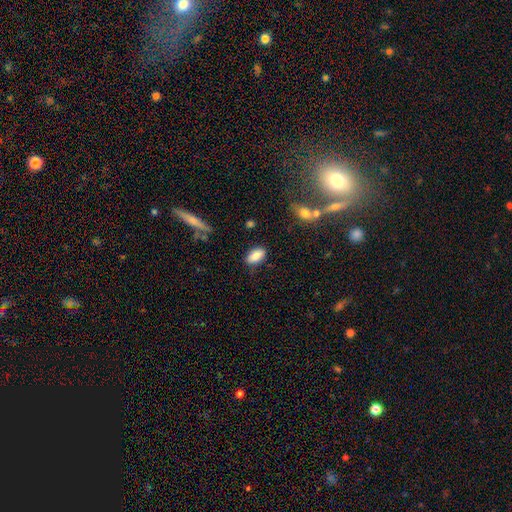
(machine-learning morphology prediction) A smooth galaxy with no disk features (85%) that is in between round and cigar-shaped (91%). Merging: none (81%).